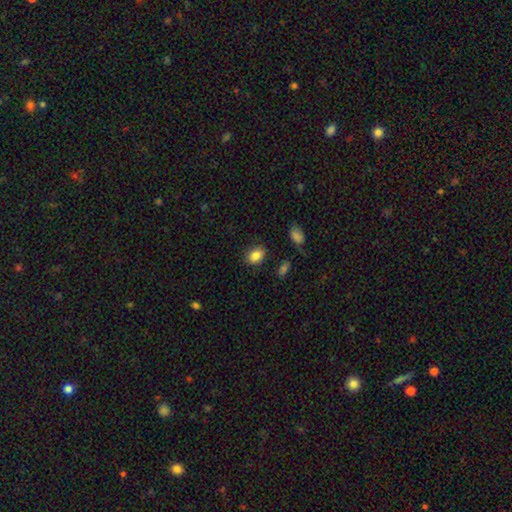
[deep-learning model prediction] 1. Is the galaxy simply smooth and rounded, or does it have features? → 86% smooth, 9% star or artifact, 5% featured or disk.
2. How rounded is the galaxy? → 72% in between, 27% round, 1% cigar-shaped.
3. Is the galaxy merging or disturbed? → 84% none, 11% minor disturbance, 3% major disturbance, 2% merger.